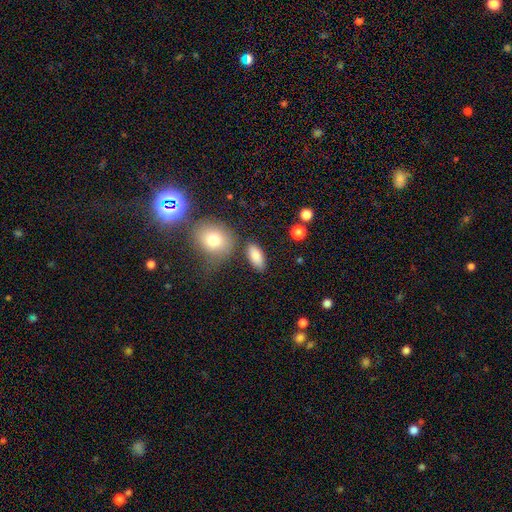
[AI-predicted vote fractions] Morphology: type=smooth (86%); roundness=in between (88%); merging=none (79%).